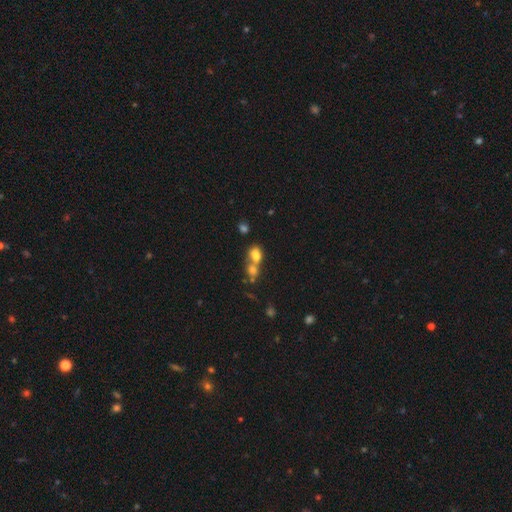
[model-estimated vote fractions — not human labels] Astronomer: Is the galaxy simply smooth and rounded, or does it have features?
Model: smooth — 75%.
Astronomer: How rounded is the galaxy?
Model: in between — 63%.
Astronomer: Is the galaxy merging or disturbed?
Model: merger — 62%.